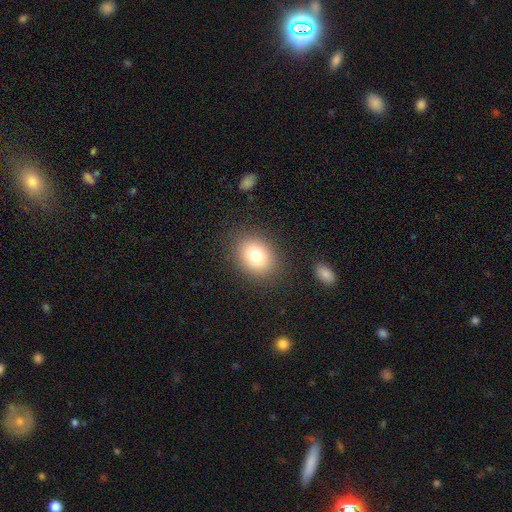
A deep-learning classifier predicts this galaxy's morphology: The model was most divided on "how rounded": round: 50%, in between: 49%, cigar-shaped: 1%. More confident: merging — none (86%); smooth or featured — smooth (77%).